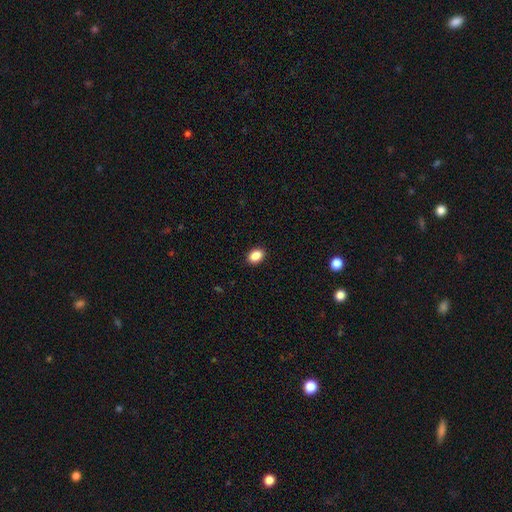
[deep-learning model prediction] Smooth or featured? Predicted: smooth (p=0.87). How rounded? Predicted: in between (p=0.76). Merging? Predicted: none (p=0.91).